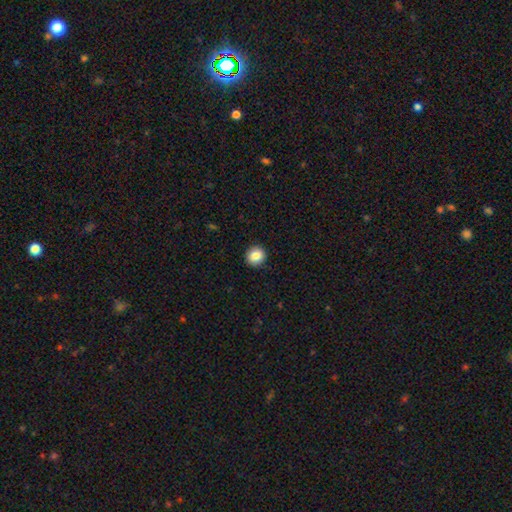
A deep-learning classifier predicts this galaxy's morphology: A smooth galaxy with no disk features (85%) that is round (86%). Merging: none (91%).